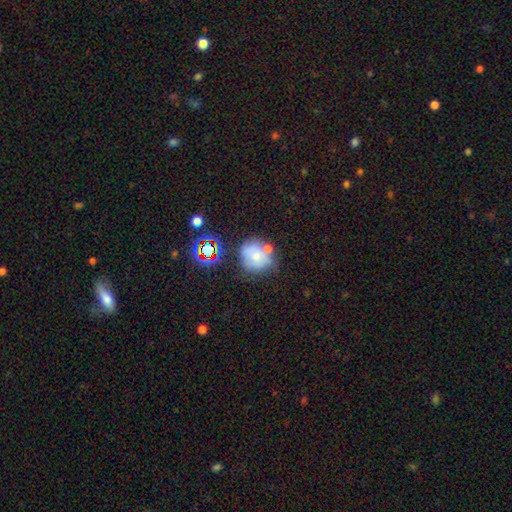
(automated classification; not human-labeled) This is likely a smooth galaxy (61%). How rounded: clearly round (82%). Merging: possibly none (51%).